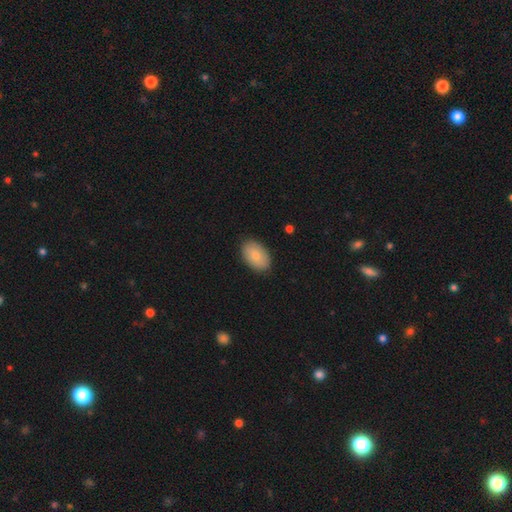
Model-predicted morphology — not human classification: A smooth galaxy with no disk features (81%) that is in between round and cigar-shaped (92%).

Vote fractions:
- Smooth or featured? smooth: 81% / featured or disk: 13% / star or artifact: 6%
- How rounded? in between: 92% / round: 7% / cigar-shaped: 1%
- Merging? none: 87% / minor disturbance: 10% / major disturbance: 2% / merger: 1%